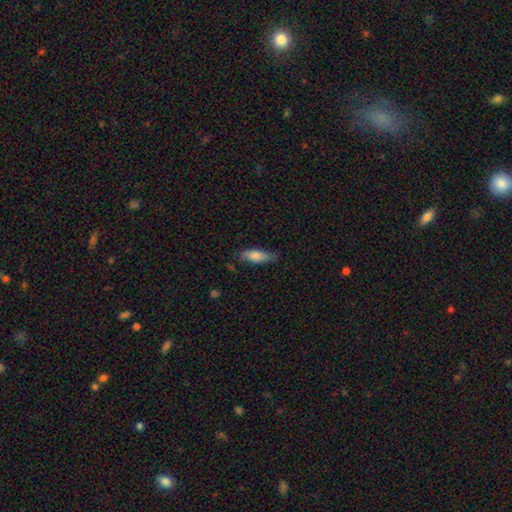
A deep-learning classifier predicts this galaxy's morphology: Smooth or featured? Predicted: smooth (p=0.78). How rounded? Predicted: in between (p=0.56). Merging? Predicted: none (p=0.70).